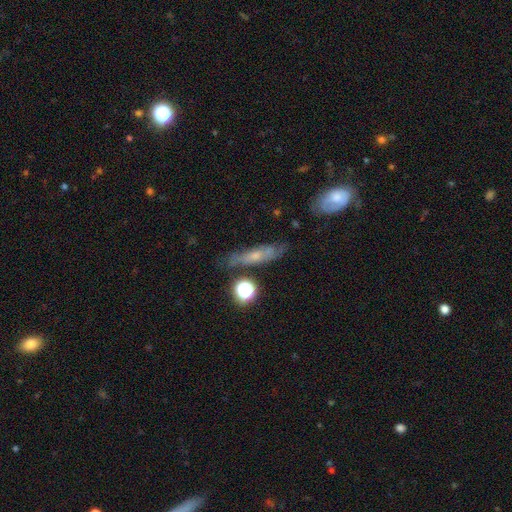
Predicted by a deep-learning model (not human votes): Smooth or featured? featured or disk (51%)
Edge-on disk? no (57%)
Merging? none (68%)